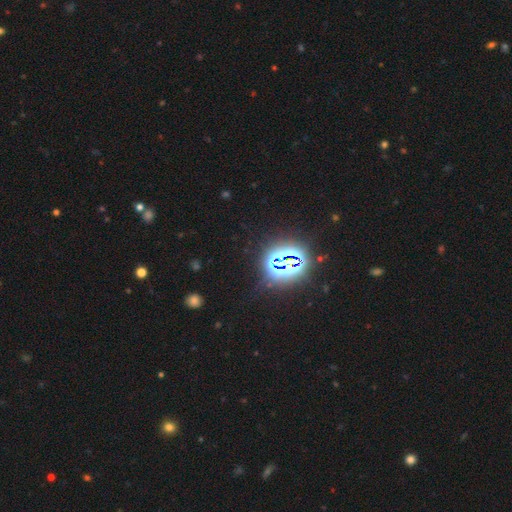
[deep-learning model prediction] This appears to be a star or artifact, not a galaxy (83%).